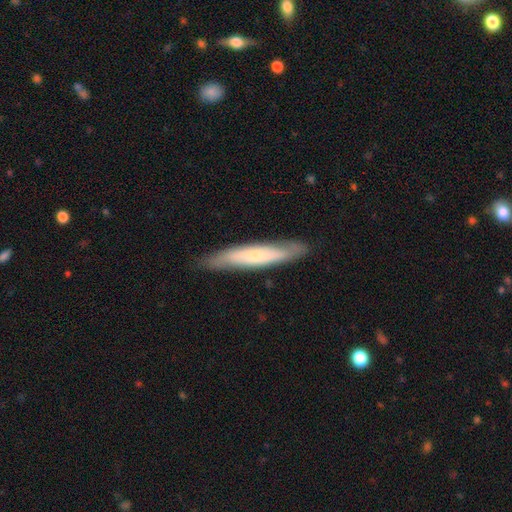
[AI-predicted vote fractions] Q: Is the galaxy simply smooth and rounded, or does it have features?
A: smooth — 51%.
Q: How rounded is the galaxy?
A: cigar-shaped — 88%.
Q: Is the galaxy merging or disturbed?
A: none — 83%.